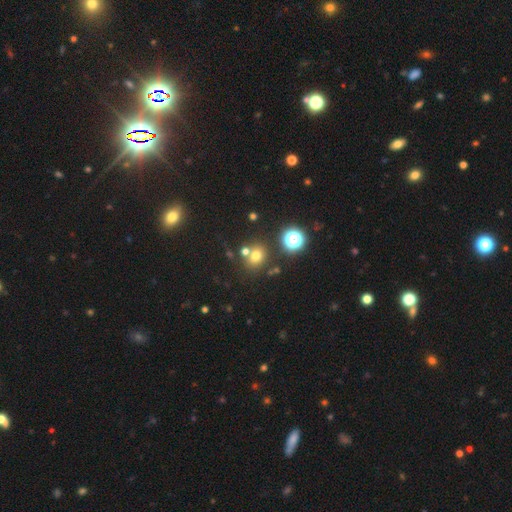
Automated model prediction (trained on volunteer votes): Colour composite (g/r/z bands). It shows a smooth galaxy with no disk features (68%) that is round (71%). Merging: none (69%).